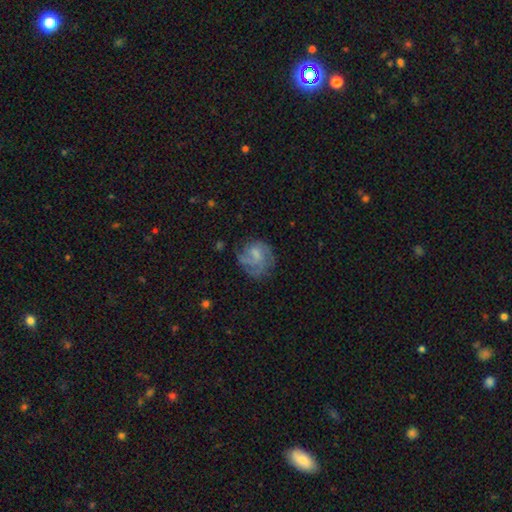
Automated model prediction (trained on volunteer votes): featured or disk 52%, smooth 39%, star or artifact 9%. Down the decision tree: edge-on disk — no (98%); bar — no (57%); spiral arms — yes (70%); bulge size — none (34%); merging — none (52%).